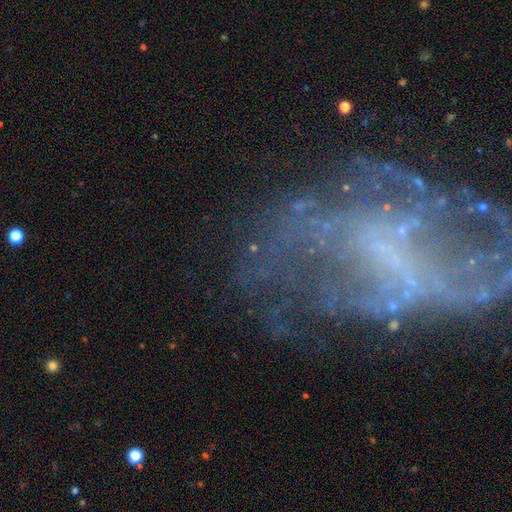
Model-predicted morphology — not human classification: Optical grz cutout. It shows a featured or disk galaxy (69%) with no bar (54%), no spiral arms (51%) and no central bulge (64%). Merging: none (46%).